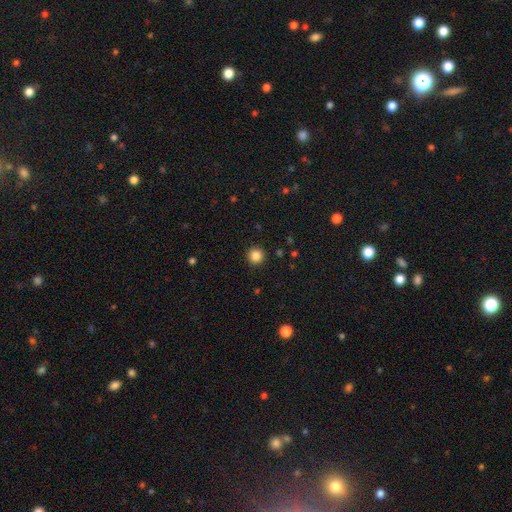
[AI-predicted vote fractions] Smooth or featured? smooth (85%)
How rounded? round (96%)
Merging? none (93%)